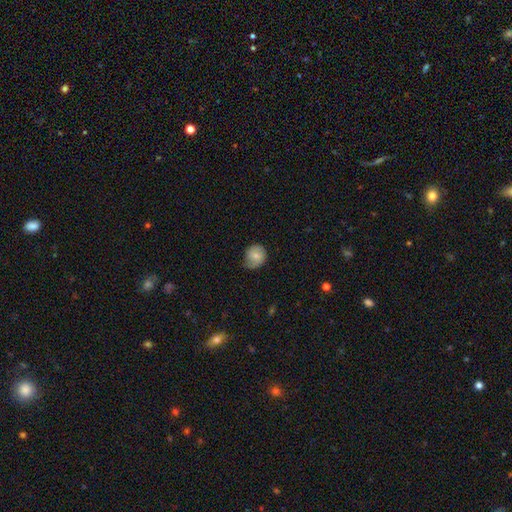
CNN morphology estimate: type=smooth (58%); roundness=round (76%); merging=none (54%).